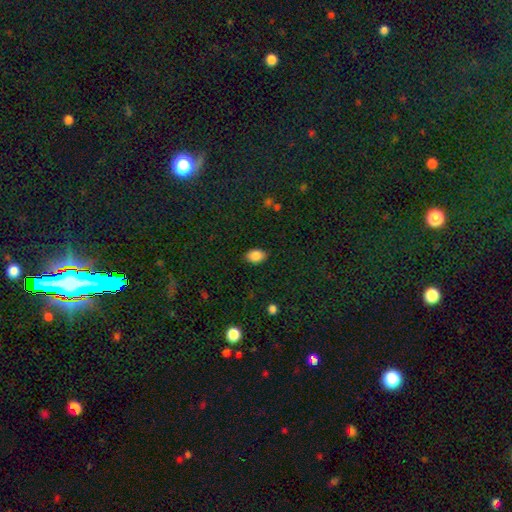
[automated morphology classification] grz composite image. It shows a smooth galaxy with no disk features (86%) that is in between round and cigar-shaped (82%). Merging: none (86%).